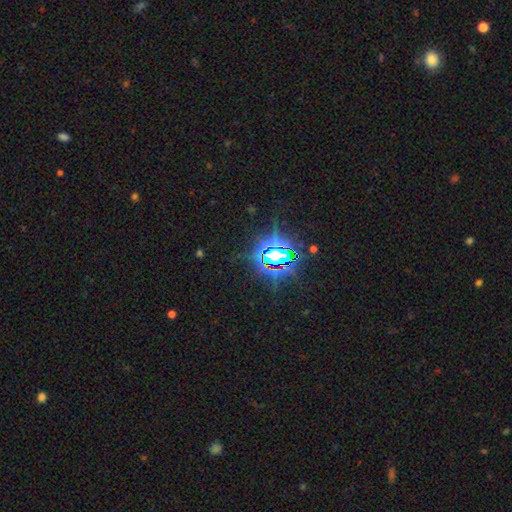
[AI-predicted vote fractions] smooth_or_featured: star or artifact (p=0.83) [alt: smooth p=0.09]